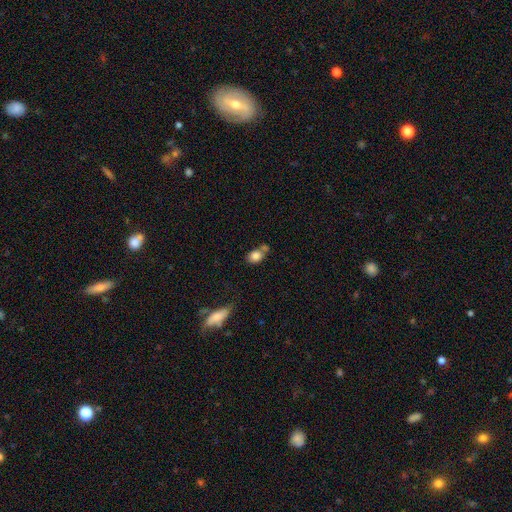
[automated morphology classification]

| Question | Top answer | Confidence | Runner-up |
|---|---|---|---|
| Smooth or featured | smooth | 82% | featured or disk (9%) |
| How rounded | in between | 63% | round (35%) |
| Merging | none | 48% | merger (30%) |